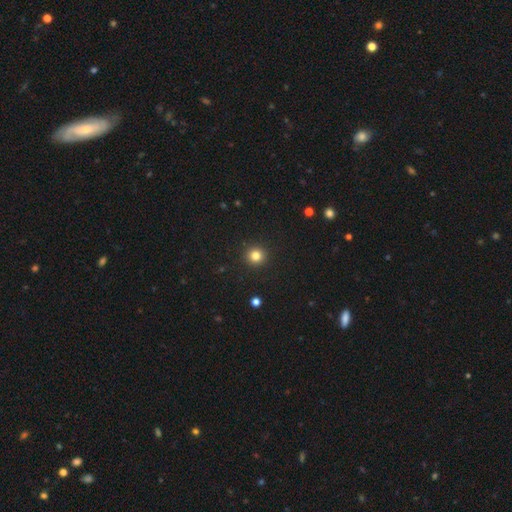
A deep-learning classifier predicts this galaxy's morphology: Overall: smooth (82%). How rounded: round (94%). Merging: none (93%).